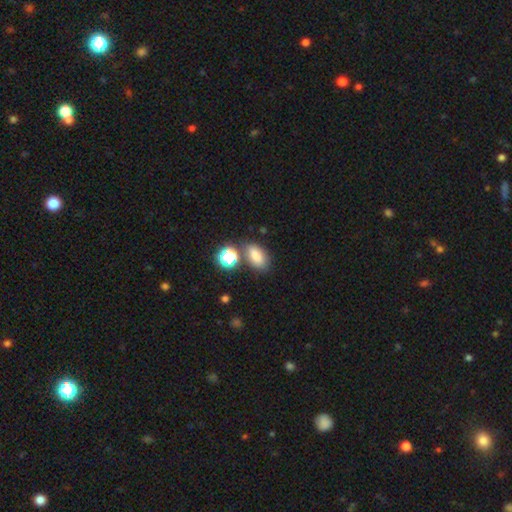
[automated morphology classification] A smooth galaxy with no disk features (78%) that is in between round and cigar-shaped (83%).

Vote fractions:
- Smooth or featured? smooth: 78% / star or artifact: 14% / featured or disk: 8%
- How rounded? in between: 83% / round: 14% / cigar-shaped: 3%
- Merging? none: 70% / minor disturbance: 14% / merger: 12% / major disturbance: 4%